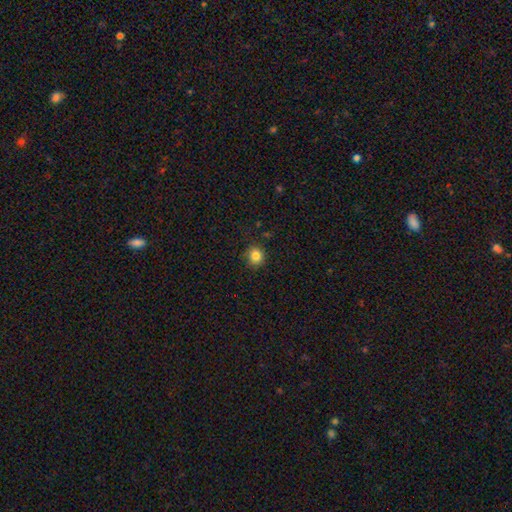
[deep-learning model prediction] This is clearly a smooth galaxy (84%). How rounded: clearly round (86%). Merging: clearly none (86%).